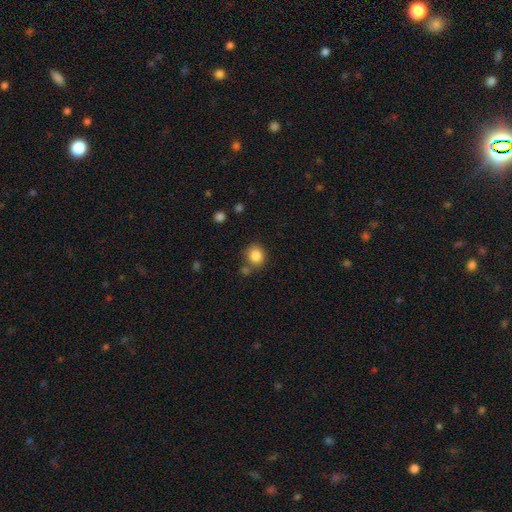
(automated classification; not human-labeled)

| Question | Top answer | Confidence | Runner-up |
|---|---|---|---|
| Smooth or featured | smooth | 85% | star or artifact (10%) |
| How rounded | round | 79% | in between (20%) |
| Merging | none | 72% | minor disturbance (13%) |